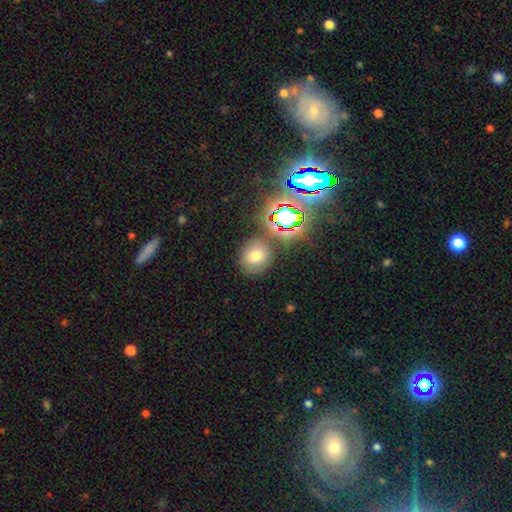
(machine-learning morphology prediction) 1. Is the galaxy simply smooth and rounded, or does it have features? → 67% smooth, 21% star or artifact, 12% featured or disk.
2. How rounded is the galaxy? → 81% round, 18% in between, 1% cigar-shaped.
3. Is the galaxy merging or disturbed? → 78% none, 10% minor disturbance, 7% merger, 4% major disturbance.